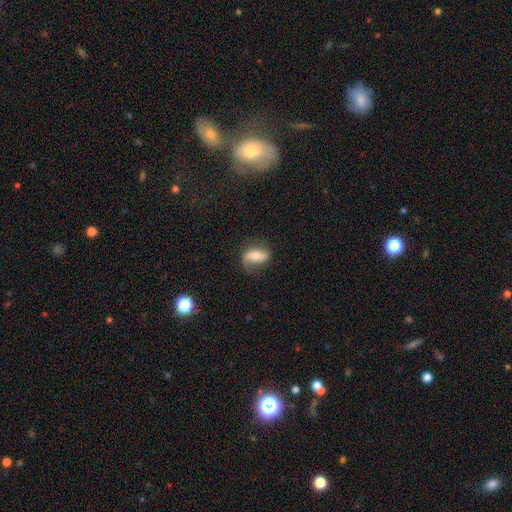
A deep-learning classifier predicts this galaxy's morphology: Smooth or featured? Predicted: featured or disk (p=0.57). Edge-on disk? Predicted: no (p=0.89). Bar? Predicted: strong (p=0.42). Spiral arms? Predicted: yes (p=0.83). Bulge size? Predicted: moderate (p=0.57). Merging? Predicted: none (p=0.69).